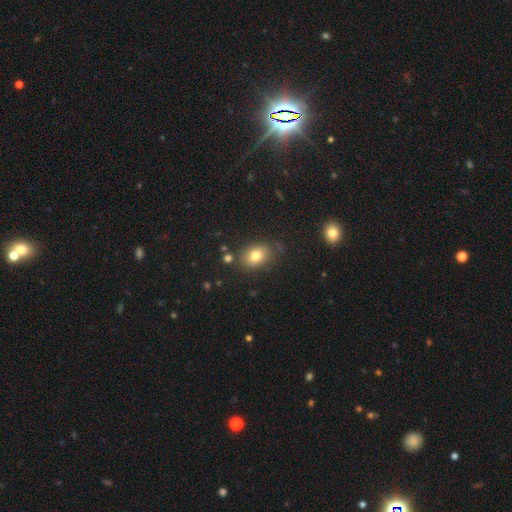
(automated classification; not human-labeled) Q: Smooth or featured?
A: smooth (79%); runner-up: star or artifact (11%)
Q: How rounded?
A: in between (66%); runner-up: round (33%)
Q: Merging?
A: none (76%); runner-up: minor disturbance (15%)